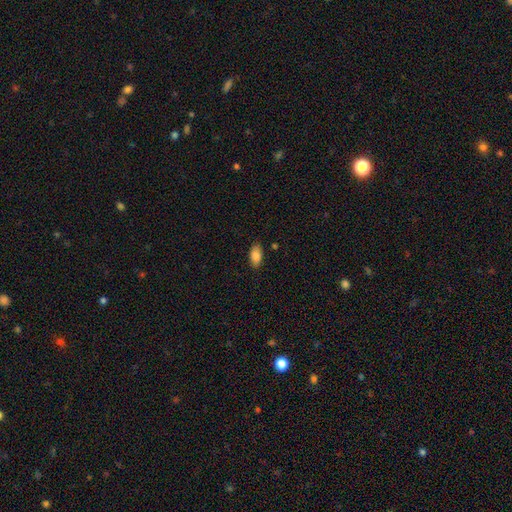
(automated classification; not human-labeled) Smooth or featured: smooth — 85% (featured or disk — 7%)
How rounded: in between — 92% (cigar-shaped — 4%)
Merging: none — 86% (minor disturbance — 10%)